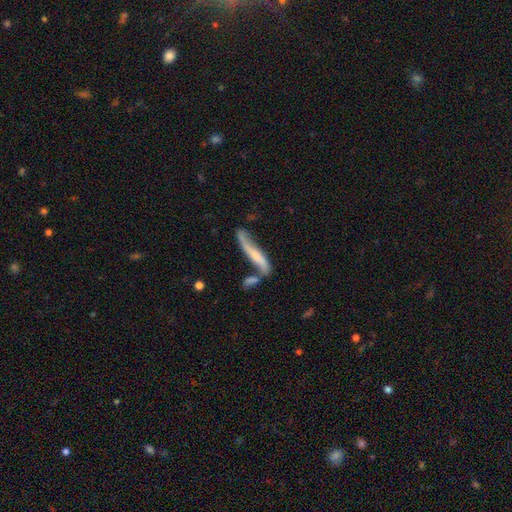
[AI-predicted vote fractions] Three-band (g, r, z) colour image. It shows a featured or disk galaxy (63%) viewed edge-on (54%). Merging: none (44%).